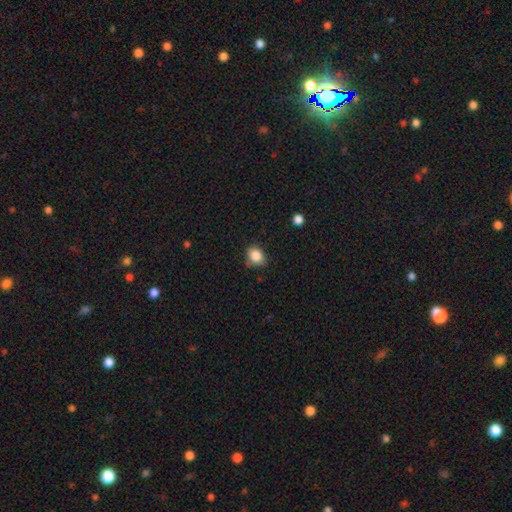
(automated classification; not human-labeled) Smooth or featured? Predicted: smooth (p=0.86). How rounded? Predicted: in between (p=0.51). Merging? Predicted: none (p=0.77).